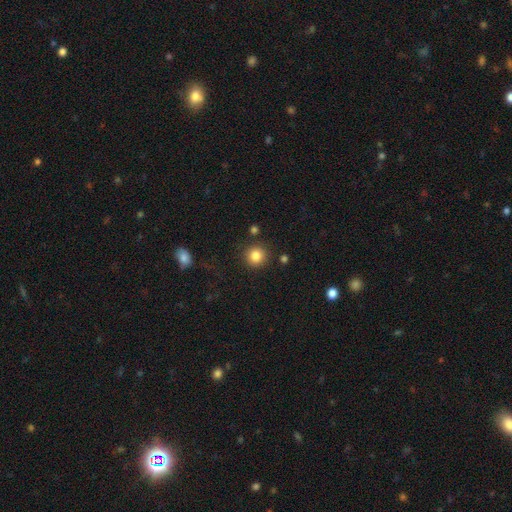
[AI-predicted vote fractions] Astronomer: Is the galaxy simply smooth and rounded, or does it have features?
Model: smooth — 85%.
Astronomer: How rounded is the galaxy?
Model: round — 92%.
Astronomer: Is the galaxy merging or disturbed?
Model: none — 87%.